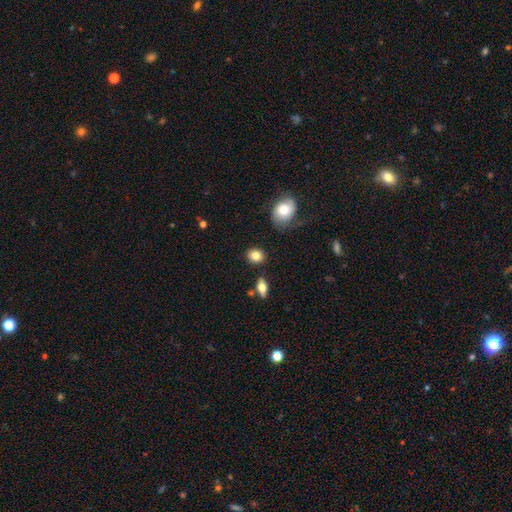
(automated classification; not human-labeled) smooth_or_featured: smooth (p=0.83) [alt: star or artifact p=0.09]
how_rounded: round (p=0.65) [alt: in between p=0.33]
merging: none (p=0.83) [alt: minor disturbance p=0.10]